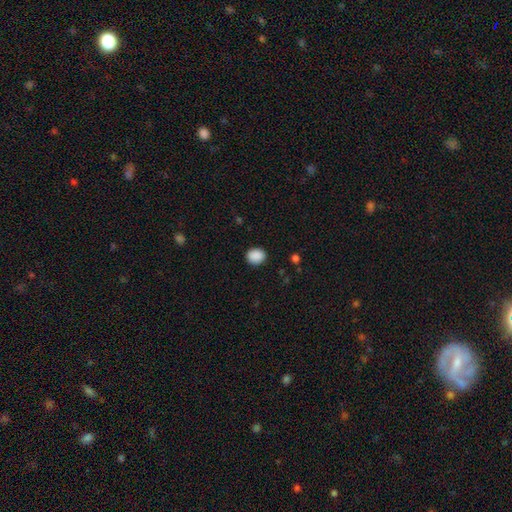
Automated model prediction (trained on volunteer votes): smooth 89%, star or artifact 8%, featured or disk 2%. Down the decision tree: how rounded — round (63%); merging — none (88%).